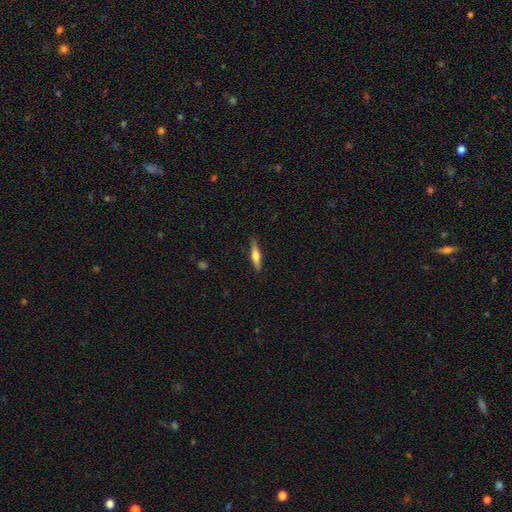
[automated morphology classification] Smooth or featured? Predicted: featured or disk (p=0.48). Merging? Predicted: none (p=0.88).